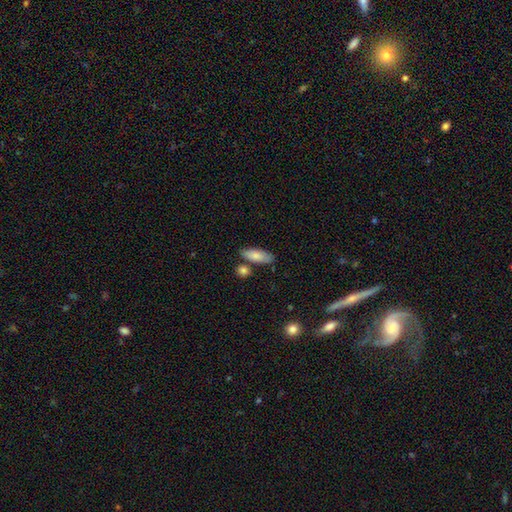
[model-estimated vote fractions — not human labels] smooth_or_featured: smooth (p=0.82) [alt: featured or disk p=0.12]
how_rounded: in between (p=0.67) [alt: cigar-shaped p=0.31]
merging: none (p=0.73) [alt: minor disturbance p=0.14]